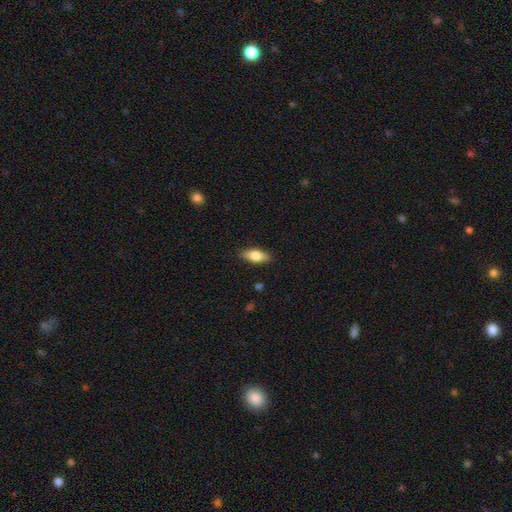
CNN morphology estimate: Smooth or featured: smooth — 72% (featured or disk — 22%)
How rounded: in between — 76% (cigar-shaped — 21%)
Merging: none — 88% (minor disturbance — 9%)